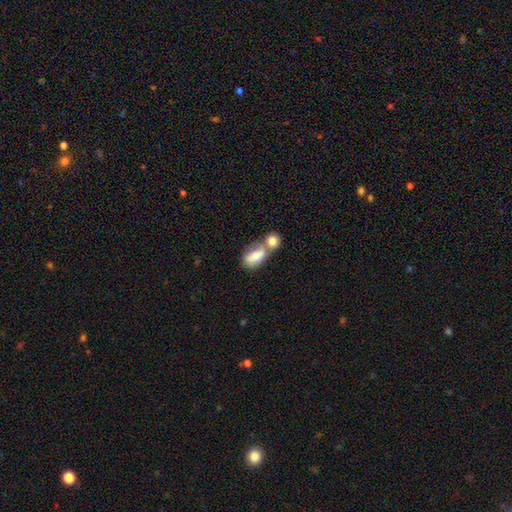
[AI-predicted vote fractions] Smooth or featured: smooth — 69% (featured or disk — 24%)
How rounded: in between — 83% (round — 14%)
Merging: merger — 65% (none — 22%)